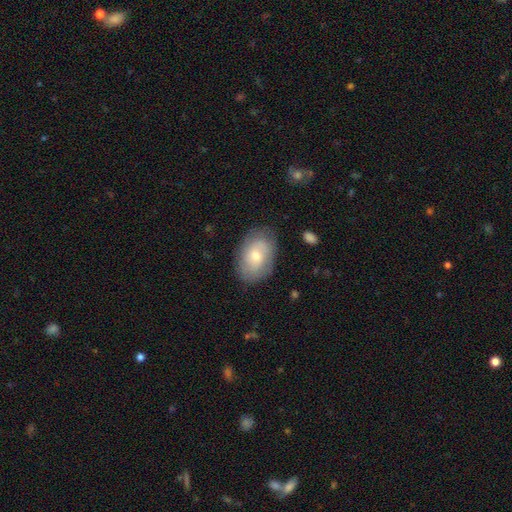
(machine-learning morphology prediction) Overall: smooth (61%; featured or disk 32%). How rounded: in between (84%). Merging: none (78%).